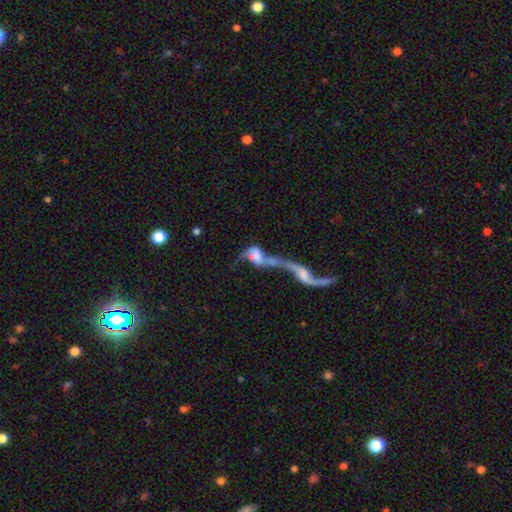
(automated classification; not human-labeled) Q: Smooth or featured?
A: featured or disk (55%); runner-up: smooth (36%)
Q: Edge-on disk?
A: no (91%); runner-up: yes (9%)
Q: Merging?
A: merger (80%); runner-up: major disturbance (11%)